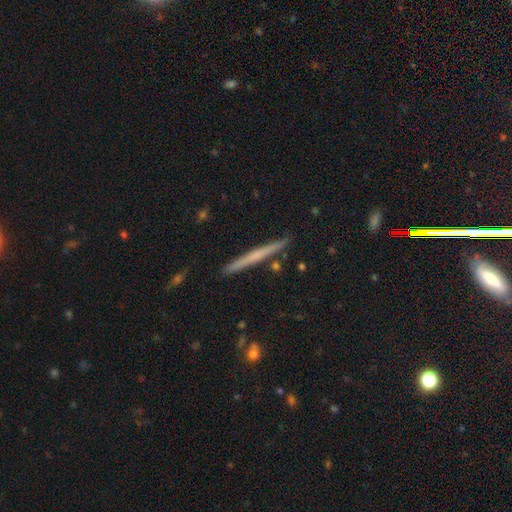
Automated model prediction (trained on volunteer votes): A featured or disk galaxy (50%).

Vote fractions:
- Smooth or featured? featured or disk: 50% / smooth: 44% / star or artifact: 7%
- Merging? none: 91% / minor disturbance: 6% / merger: 2% / major disturbance: 1%